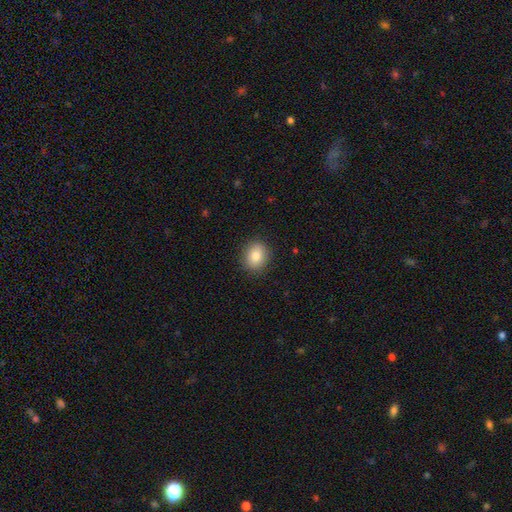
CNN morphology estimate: A smooth galaxy with no disk features (82%) that is round (61%). Merging: none (89%).